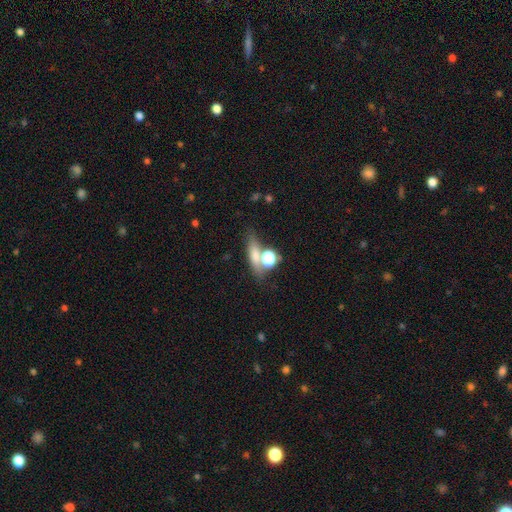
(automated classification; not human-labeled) smooth-or-featured: smooth: 59% | featured or disk: 22% | star or artifact: 20%
  how-rounded: cigar-shaped: 43% | in between: 33% | round: 23%
  merging: none: 61% | merger: 19% | minor disturbance: 13% | major disturbance: 7%